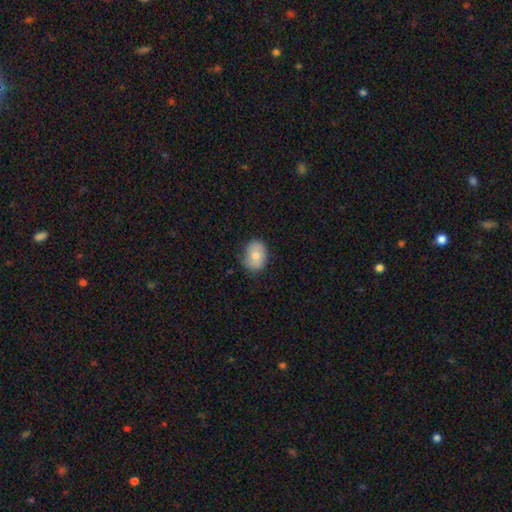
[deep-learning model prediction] Morphology: type=smooth (77%); roundness=in between (68%); merging=none (70%).